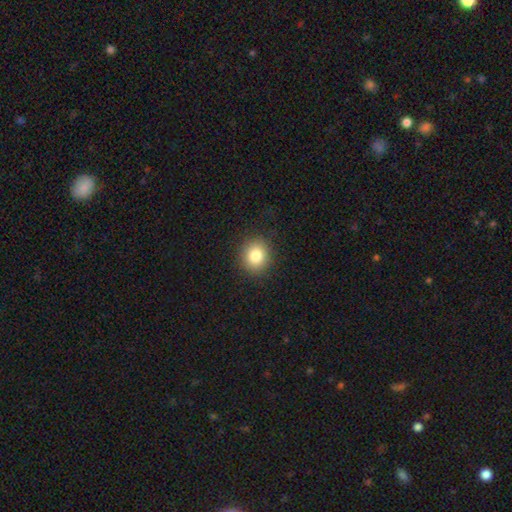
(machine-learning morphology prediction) Overall: smooth (82%). How rounded: round (81%). Merging: none (89%).